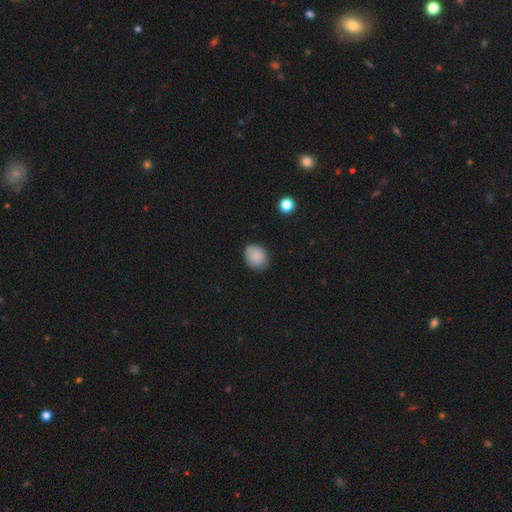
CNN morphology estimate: A smooth galaxy with no disk features (84%) that is round (50%).

Vote fractions:
- Smooth or featured? smooth: 84% / star or artifact: 8% / featured or disk: 8%
- How rounded? round: 50% / in between: 49% / cigar-shaped: 1%
- Merging? none: 78% / minor disturbance: 18% / major disturbance: 3% / merger: 1%